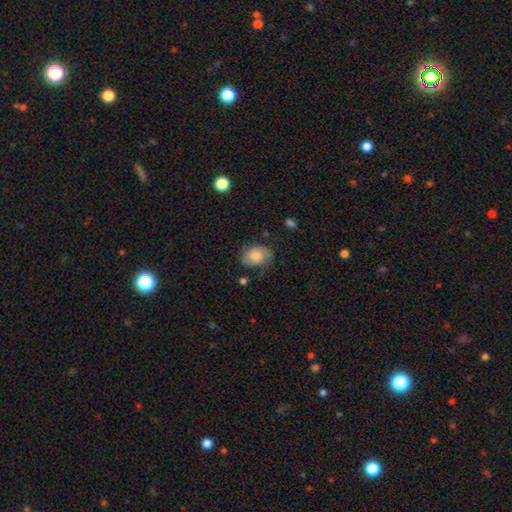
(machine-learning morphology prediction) The model was most divided on "smooth or featured": smooth: 55%, featured or disk: 35%, star or artifact: 9%. More confident: merging — none (69%); how rounded — in between (63%).